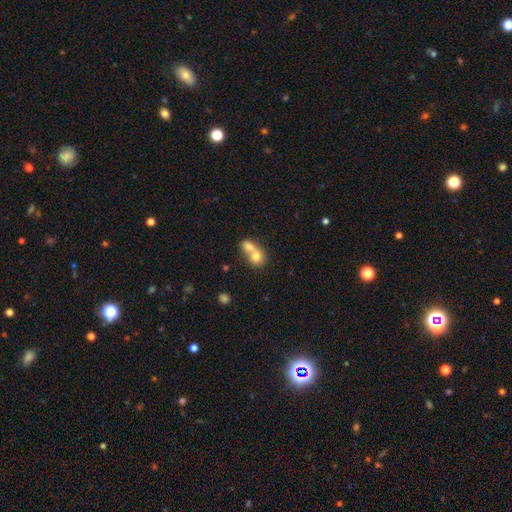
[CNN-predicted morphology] Smooth or featured? Predicted: smooth (p=0.74). How rounded? Predicted: round (p=0.61). Merging? Predicted: merger (p=0.73).